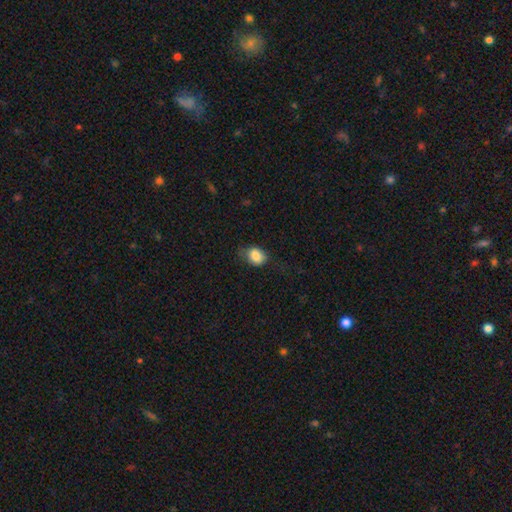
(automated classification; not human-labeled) smooth-or-featured: smooth: 82% | featured or disk: 9% | star or artifact: 9%
  how-rounded: in between: 56% | round: 43% | cigar-shaped: 1%
  merging: none: 59% | minor disturbance: 28% | major disturbance: 11% | merger: 1%